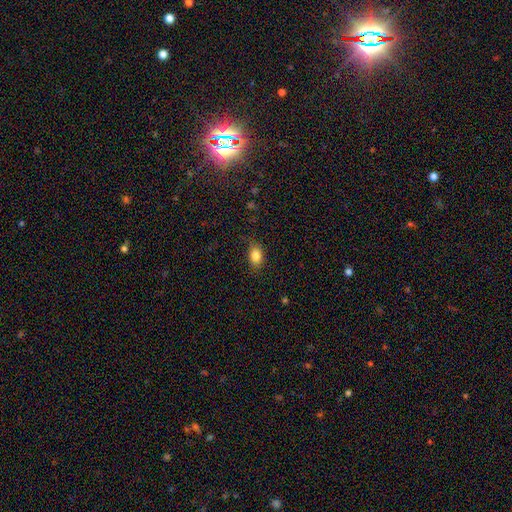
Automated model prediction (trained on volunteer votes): Smooth or featured? smooth (84%)
How rounded? in between (81%)
Merging? none (78%)